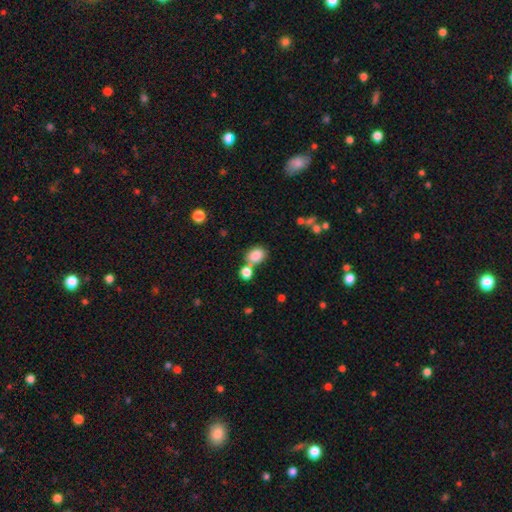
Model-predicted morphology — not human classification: Q: Smooth or featured?
A: smooth (84%); runner-up: star or artifact (10%)
Q: How rounded?
A: in between (58%); runner-up: round (41%)
Q: Merging?
A: none (51%); runner-up: merger (32%)